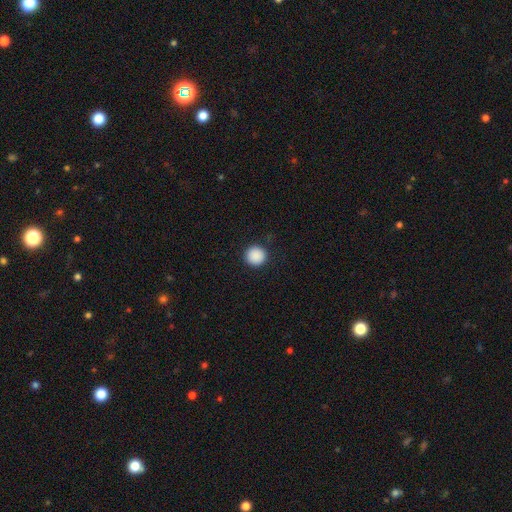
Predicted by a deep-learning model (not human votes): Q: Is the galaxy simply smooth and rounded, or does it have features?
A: smooth — 90%.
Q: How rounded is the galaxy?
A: round — 95%.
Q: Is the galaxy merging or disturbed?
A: none — 92%.